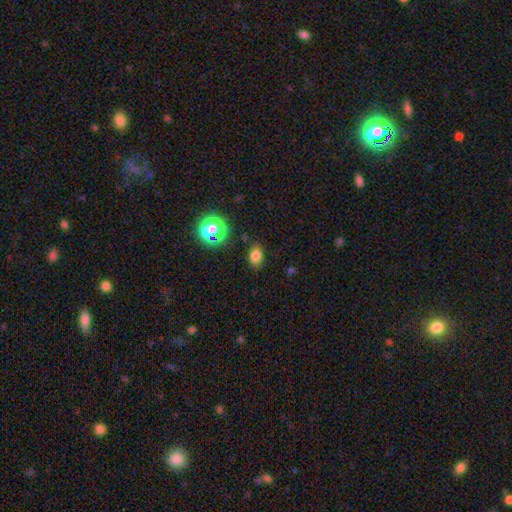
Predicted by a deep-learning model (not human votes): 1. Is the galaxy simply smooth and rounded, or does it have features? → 76% smooth, 17% star or artifact, 7% featured or disk.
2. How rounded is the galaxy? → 72% in between, 26% round, 1% cigar-shaped.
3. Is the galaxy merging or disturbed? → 83% none, 12% minor disturbance, 3% major disturbance, 2% merger.